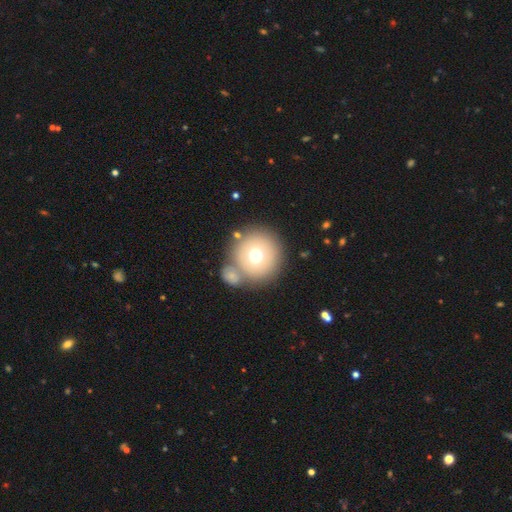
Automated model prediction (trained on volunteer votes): Morphology: type=smooth (66%); roundness=round (93%); merging=none (66%).